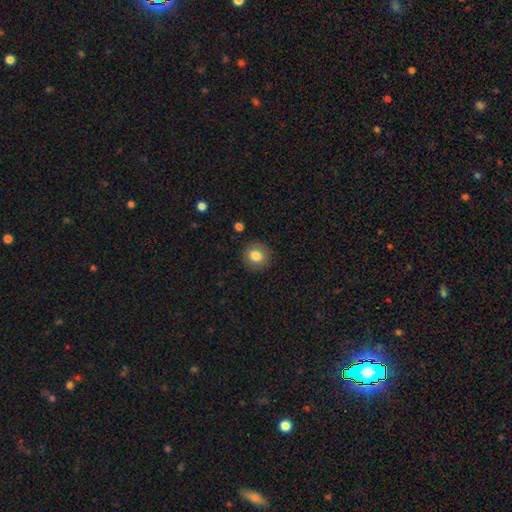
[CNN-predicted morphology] The model was most divided on "how rounded": round: 82%, in between: 17%, cigar-shaped: 1%. More confident: merging — none (88%); smooth or featured — smooth (82%).